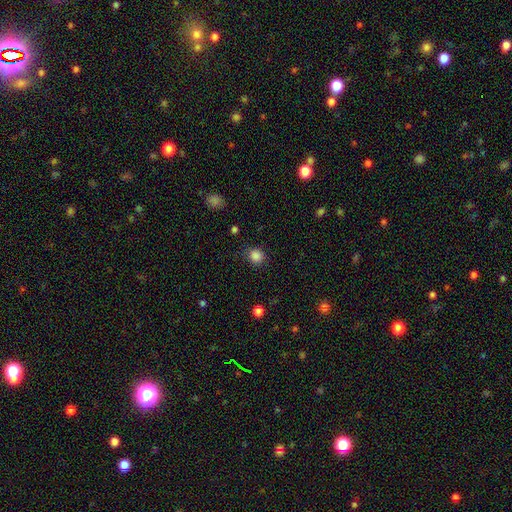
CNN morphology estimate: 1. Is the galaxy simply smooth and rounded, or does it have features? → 86% smooth, 11% star or artifact, 3% featured or disk.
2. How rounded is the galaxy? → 84% round, 15% in between, 1% cigar-shaped.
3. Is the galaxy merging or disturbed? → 83% none, 12% minor disturbance, 4% major disturbance, 1% merger.